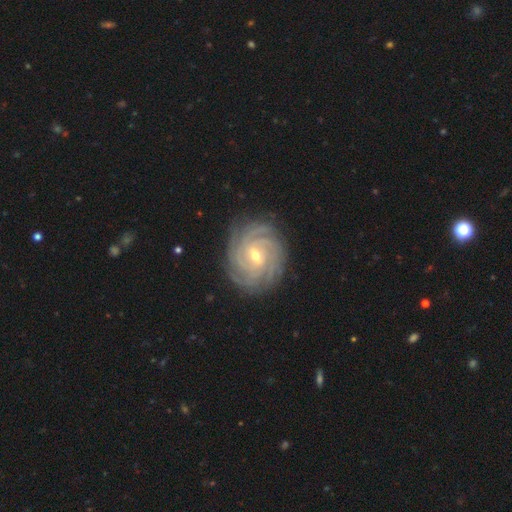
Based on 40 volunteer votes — A featured or disk galaxy (92%) with a weak bar (68%), more than 4 (54%) tight (84%) spiral arms (100%) and a small central bulge (73%).

Vote fractions:
- Smooth or featured? featured or disk: 92% / star or artifact: 5% / smooth: 2%
- Edge-on disk? no: 100% / yes: 0%
- Bar? weak: 68% / no: 22% / strong: 11%
- Spiral arms? yes: 100% / no: 0%
- Spiral winding? tight: 84% / medium: 14% / loose: 3%
- Spiral arm count? more than 4: 54% / can't tell: 22% / 3: 11% / 4: 11% / 2: 3% / 1: 0%
- Bulge size? small: 73% / moderate: 27% / dominant: 0% / large: 0% / none: 0%
- Merging? none: 87% / minor disturbance: 13% / major disturbance: 0% / merger: 0%